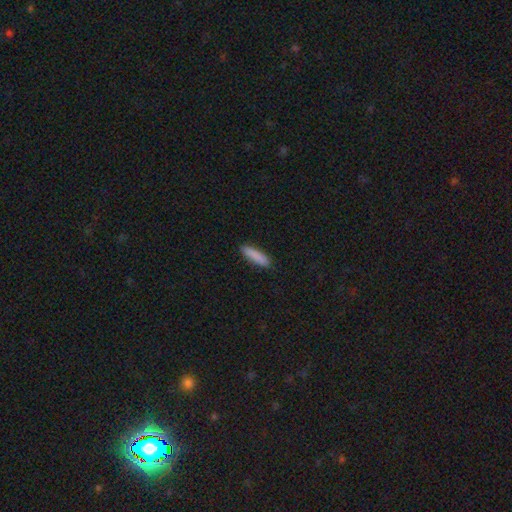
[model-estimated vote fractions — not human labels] Q: Smooth or featured?
A: smooth (88%); runner-up: star or artifact (6%)
Q: How rounded?
A: cigar-shaped (77%); runner-up: in between (21%)
Q: Merging?
A: none (90%); runner-up: minor disturbance (7%)